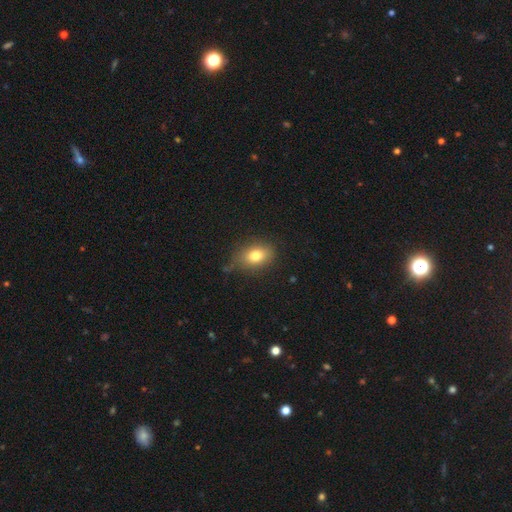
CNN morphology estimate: smooth 78%, featured or disk 12%, star or artifact 10%. Down the decision tree: how rounded — in between (77%); merging — none (77%).